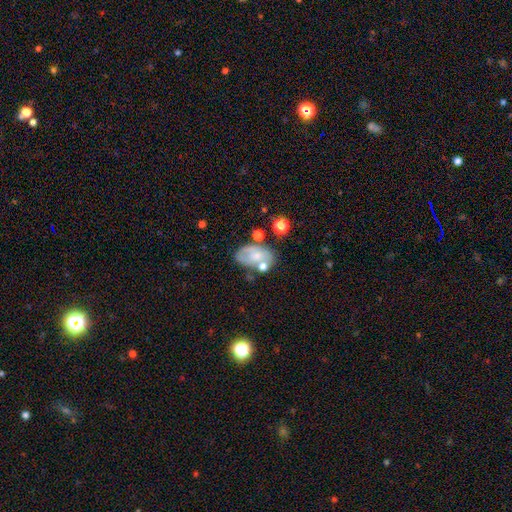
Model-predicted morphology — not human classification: smooth-or-featured: smooth: 52% | featured or disk: 38% | star or artifact: 10%
  how-rounded: in between: 87% | round: 11% | cigar-shaped: 1%
  merging: none: 49% | minor disturbance: 23% | merger: 17% | major disturbance: 11%